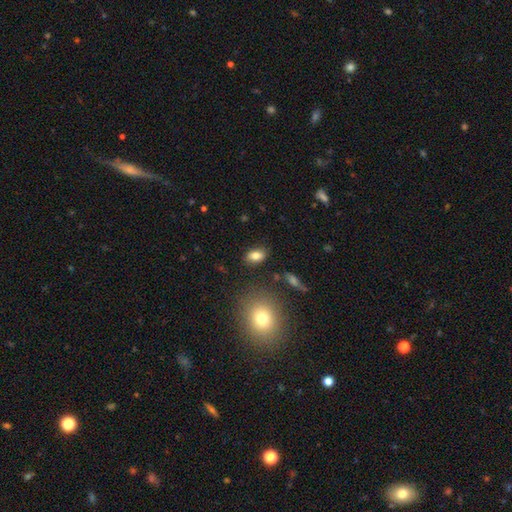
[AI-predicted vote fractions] smooth 81%, star or artifact 10%, featured or disk 9%. Down the decision tree: how rounded — in between (86%); merging — none (84%).